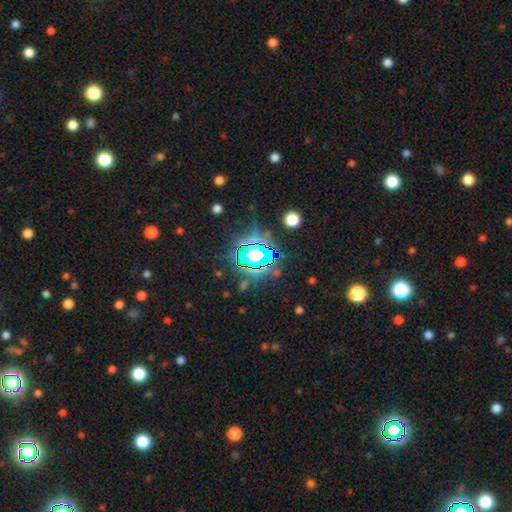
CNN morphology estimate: star or artifact 69%, smooth 19%, featured or disk 12%.